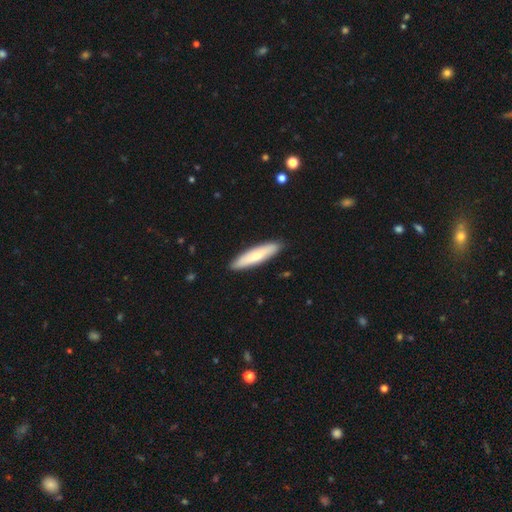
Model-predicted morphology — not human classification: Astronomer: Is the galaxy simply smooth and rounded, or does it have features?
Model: smooth — 69%.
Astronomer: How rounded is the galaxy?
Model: cigar-shaped — 77%.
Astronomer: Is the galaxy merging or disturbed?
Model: none — 90%.